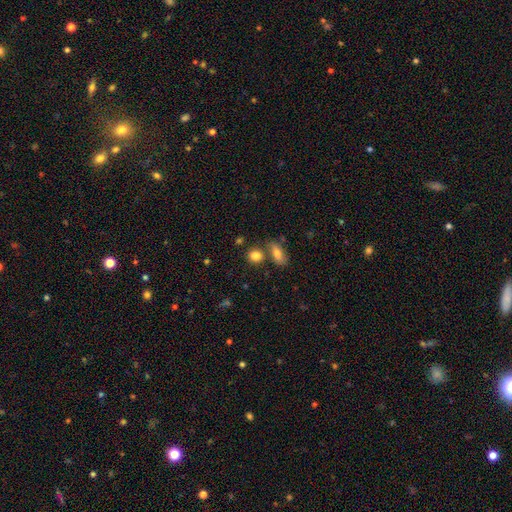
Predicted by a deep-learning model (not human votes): This appears to be a smooth galaxy with no disk features (83%) that is round (69%). Merging: none (67%).